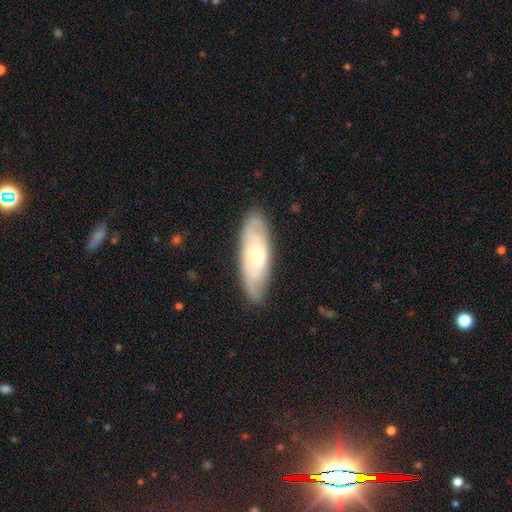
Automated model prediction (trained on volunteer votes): Smooth or featured? featured or disk (58%)
Edge-on disk? no (78%)
Merging? none (82%)